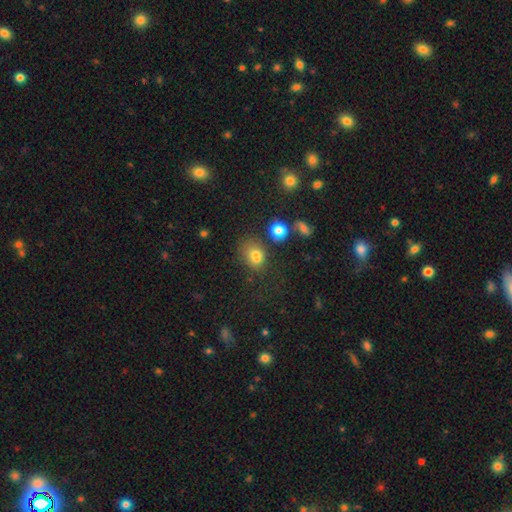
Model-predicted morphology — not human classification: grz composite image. It shows a smooth galaxy with no disk features (73%) that is in between round and cigar-shaped (53%). Merging: none (46%).